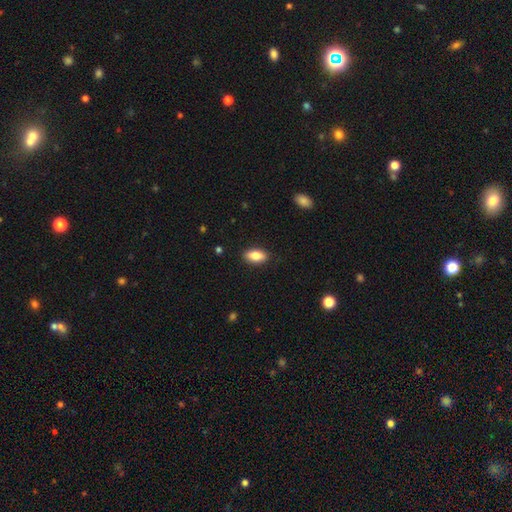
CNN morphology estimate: smooth-or-featured: smooth: 82% | featured or disk: 11% | star or artifact: 7%
  how-rounded: in between: 88% | cigar-shaped: 8% | round: 4%
  merging: none: 88% | minor disturbance: 9% | major disturbance: 2% | merger: 1%